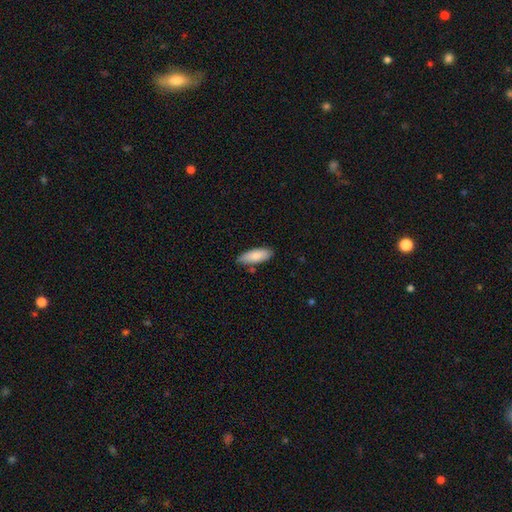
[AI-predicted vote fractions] A smooth galaxy with no disk features (84%) that is in between round and cigar-shaped (73%).

Vote fractions:
- Smooth or featured? smooth: 84% / featured or disk: 10% / star or artifact: 6%
- How rounded? in between: 73% / cigar-shaped: 25% / round: 2%
- Merging? none: 80% / minor disturbance: 14% / merger: 3% / major disturbance: 2%